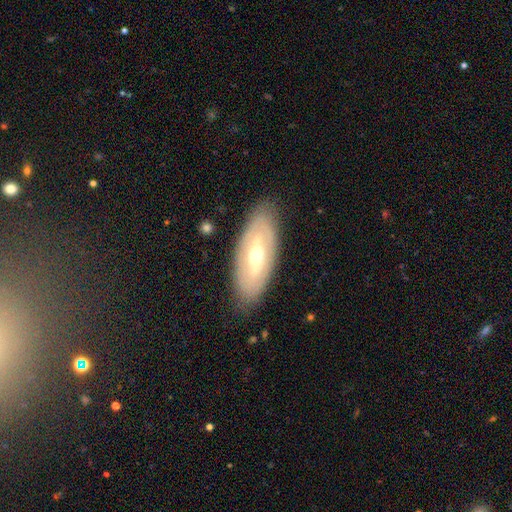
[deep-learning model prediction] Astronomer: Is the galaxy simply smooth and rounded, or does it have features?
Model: featured or disk — 68%.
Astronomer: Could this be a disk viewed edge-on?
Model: no — 83%.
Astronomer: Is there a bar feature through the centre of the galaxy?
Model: no — 42% (runner-up: weak, 36%).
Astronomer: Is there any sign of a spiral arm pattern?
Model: no — 55% (runner-up: yes, 45%).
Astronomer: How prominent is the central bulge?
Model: moderate — 67%.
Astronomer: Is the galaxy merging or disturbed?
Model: none — 83%.